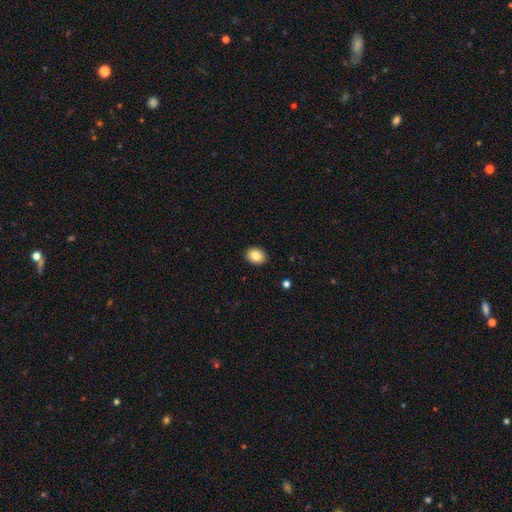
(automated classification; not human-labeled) smooth-or-featured: smooth: 86% | star or artifact: 8% | featured or disk: 6%
  how-rounded: in between: 63% | round: 36% | cigar-shaped: 1%
  merging: none: 91% | minor disturbance: 7% | major disturbance: 2% | merger: 1%